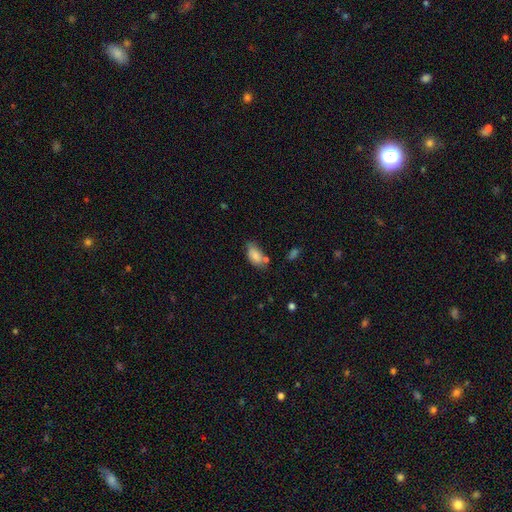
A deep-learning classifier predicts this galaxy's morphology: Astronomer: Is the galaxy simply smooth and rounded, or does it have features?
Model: smooth — 80%.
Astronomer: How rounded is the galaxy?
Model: in between — 90%.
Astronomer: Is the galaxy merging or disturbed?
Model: none — 51% (runner-up: minor disturbance, 28%).